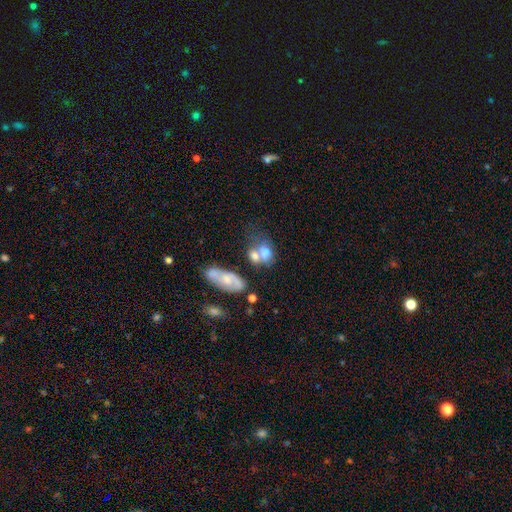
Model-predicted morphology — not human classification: type=smooth (55%); roundness=in between (58%); merging=merger (40%).